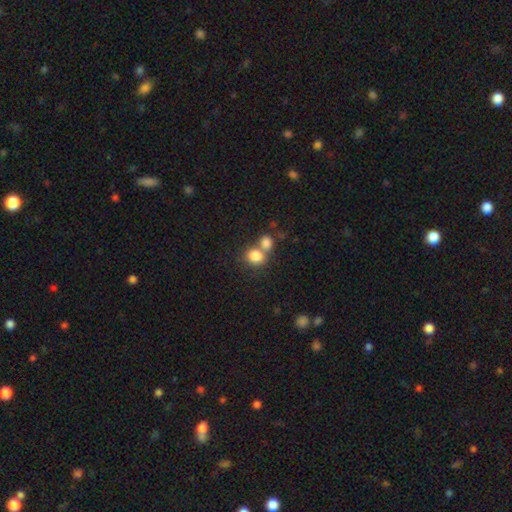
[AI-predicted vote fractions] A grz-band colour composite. It shows a smooth galaxy with no disk features (82%) that is round (71%). Merging: merger (50%).